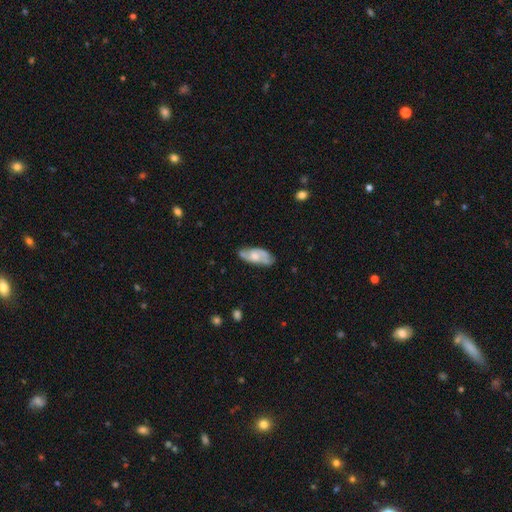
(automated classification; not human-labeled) Q: Smooth or featured?
A: featured or disk (59%); runner-up: smooth (35%)
Q: Edge-on disk?
A: no (89%); runner-up: yes (11%)
Q: Bar?
A: no (63%); runner-up: weak (31%)
Q: Spiral arms?
A: yes (82%); runner-up: no (18%)
Q: Bulge size?
A: moderate (50%); runner-up: small (30%)
Q: Merging?
A: none (67%); runner-up: minor disturbance (24%)